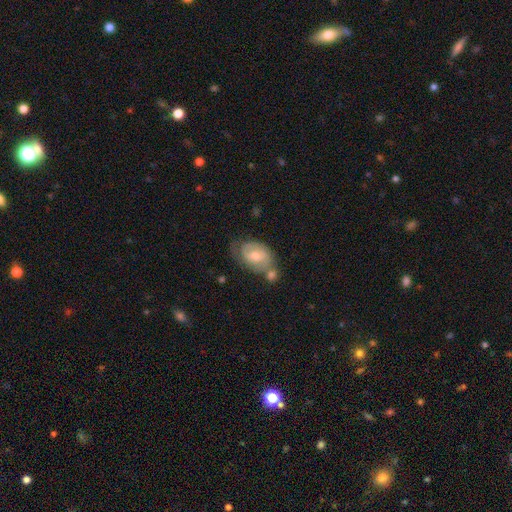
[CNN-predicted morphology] Smooth or featured?
  - featured or disk: 51% *
  - smooth: 43%
  - star or artifact: 6%
Edge-on disk?
  - no: 96% *
  - yes: 4%
Merging?
  - none: 42% *
  - minor disturbance: 25%
  - merger: 20%
  - major disturbance: 13%